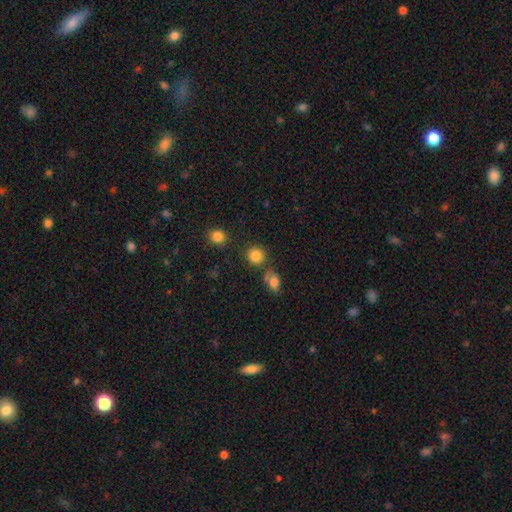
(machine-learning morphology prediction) The model was most divided on "merging": none: 78%, minor disturbance: 10%, merger: 9%, major disturbance: 3%. More confident: how rounded — round (88%); smooth or featured — smooth (84%).